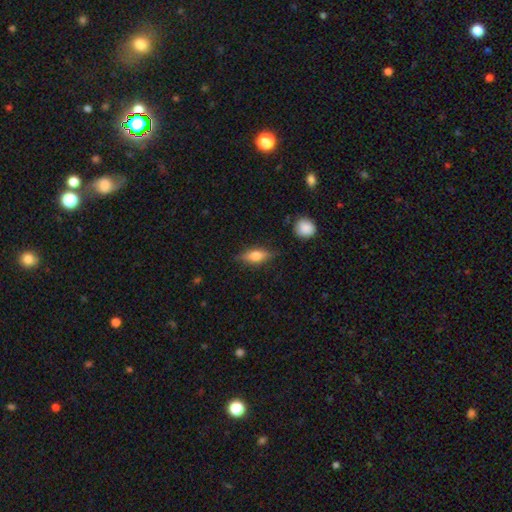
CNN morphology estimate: Overall: smooth (60%; featured or disk 33%). How rounded: in between (65%; cigar-shaped 31%). Merging: none (79%).